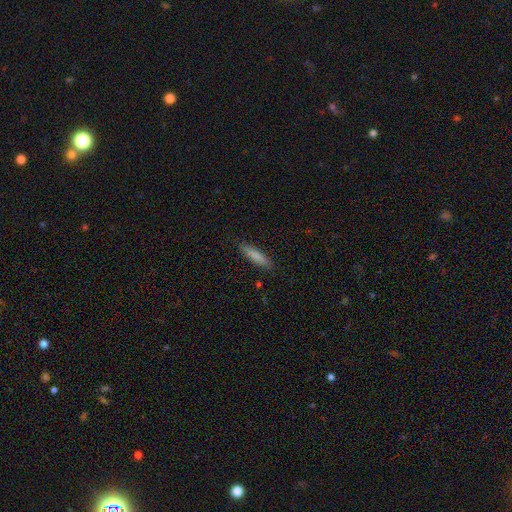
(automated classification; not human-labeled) Q: Smooth or featured?
A: smooth (83%); runner-up: featured or disk (11%)
Q: How rounded?
A: cigar-shaped (76%); runner-up: in between (23%)
Q: Merging?
A: none (85%); runner-up: minor disturbance (11%)